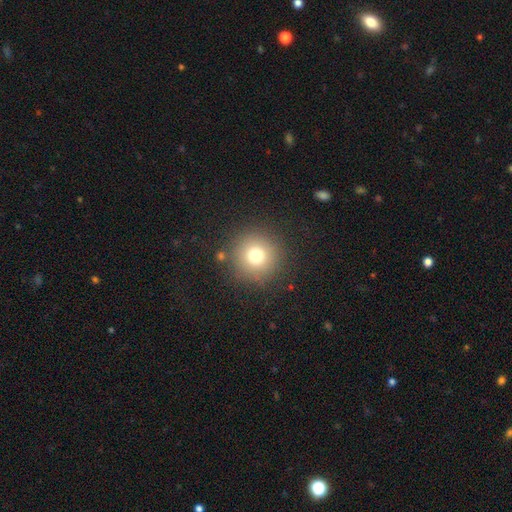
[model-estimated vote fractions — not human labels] A smooth galaxy with no disk features (75%) that is round (96%). Merging: none (87%).